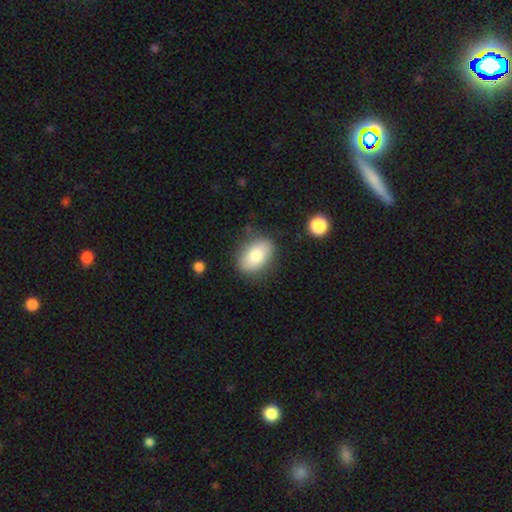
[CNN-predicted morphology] The model was most divided on "merging": none: 80%, minor disturbance: 14%, major disturbance: 4%, merger: 2%. More confident: how rounded — in between (87%); smooth or featured — smooth (80%).